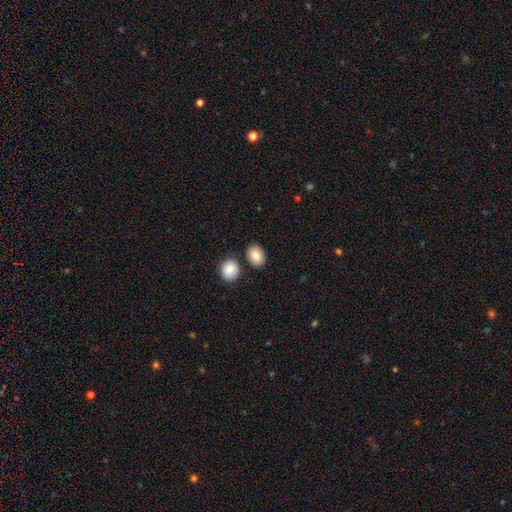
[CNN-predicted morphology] Overall: smooth (83%). How rounded: in between (72%). Merging: none (77%).